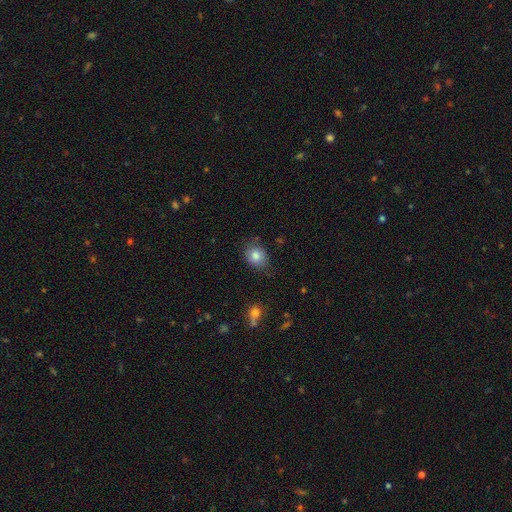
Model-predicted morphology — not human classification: A smooth galaxy with no disk features (83%) that is round (53%).

Vote fractions:
- Smooth or featured? smooth: 83% / star or artifact: 9% / featured or disk: 8%
- How rounded? round: 53% / in between: 46% / cigar-shaped: 1%
- Merging? none: 74% / minor disturbance: 20% / major disturbance: 4% / merger: 2%